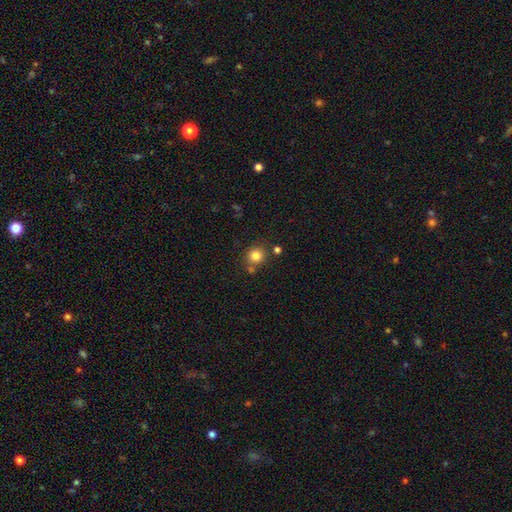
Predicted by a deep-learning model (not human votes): smooth_or_featured: smooth (p=0.81) [alt: star or artifact p=0.12]
how_rounded: round (p=0.88) [alt: in between p=0.11]
merging: none (p=0.75) [alt: merger p=0.12]